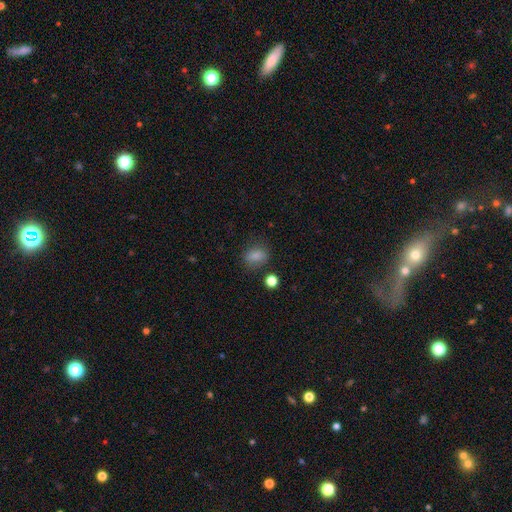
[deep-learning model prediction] Overall: smooth (81%). How rounded: in between (64%; round 34%). Merging: none (75%).